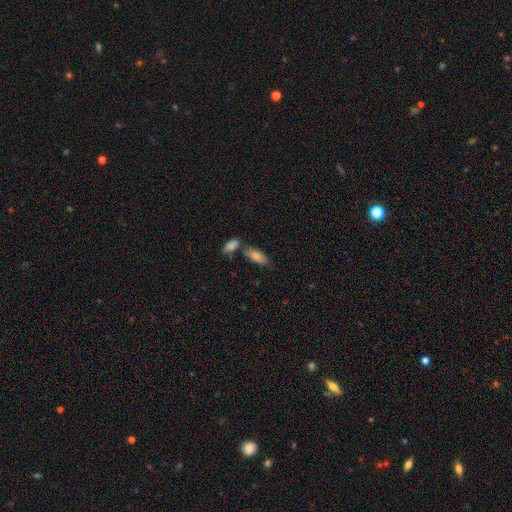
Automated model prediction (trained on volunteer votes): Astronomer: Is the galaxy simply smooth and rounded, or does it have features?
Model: smooth — 76%.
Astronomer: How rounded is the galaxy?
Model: in between — 79%.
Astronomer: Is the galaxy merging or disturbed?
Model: none — 55%.